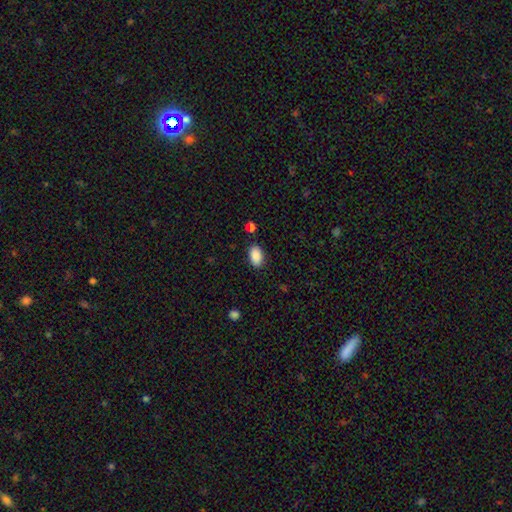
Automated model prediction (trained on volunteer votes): This appears to be a smooth galaxy with no disk features (89%) that is in between round and cigar-shaped (91%). Merging: none (84%).